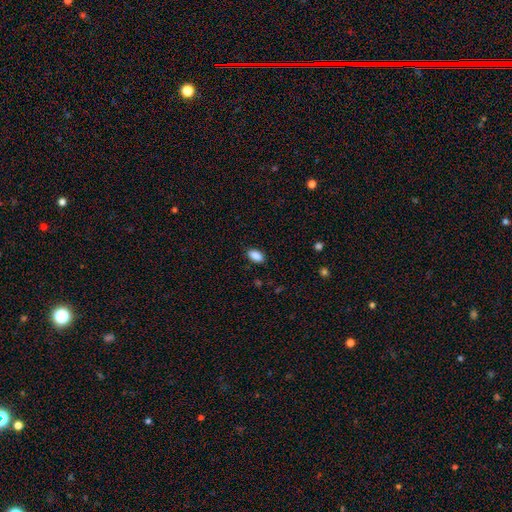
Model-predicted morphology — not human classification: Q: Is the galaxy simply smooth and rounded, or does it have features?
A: smooth — 89%.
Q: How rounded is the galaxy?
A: in between — 92%.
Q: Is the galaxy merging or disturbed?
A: none — 86%.